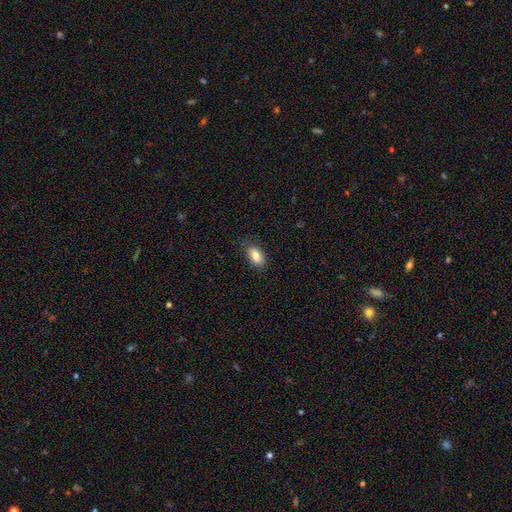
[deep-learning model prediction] smooth_or_featured: smooth (p=0.83) [alt: featured or disk p=0.10]
how_rounded: in between (p=0.90) [alt: cigar-shaped p=0.06]
merging: none (p=0.80) [alt: minor disturbance p=0.15]